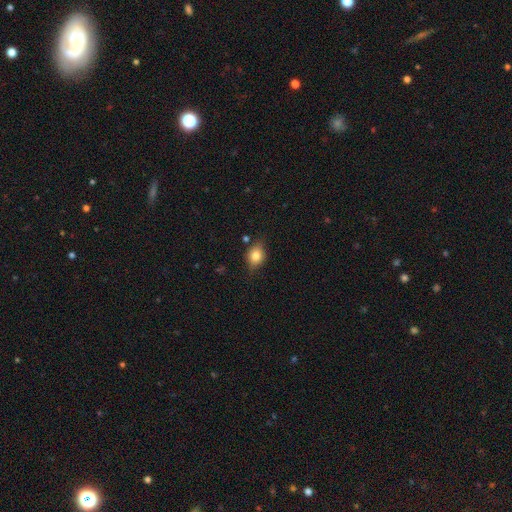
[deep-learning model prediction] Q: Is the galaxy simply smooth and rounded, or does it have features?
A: smooth — 76%.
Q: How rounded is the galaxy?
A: in between — 51%.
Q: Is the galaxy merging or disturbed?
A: none — 71%.